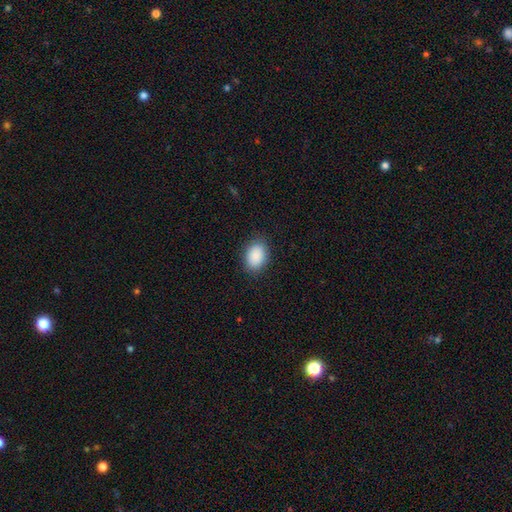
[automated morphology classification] Smooth or featured?
  - smooth: 89% *
  - star or artifact: 7%
  - featured or disk: 3%
How rounded?
  - in between: 79% *
  - round: 19%
  - cigar-shaped: 1%
Merging?
  - none: 86% *
  - minor disturbance: 10%
  - major disturbance: 3%
  - merger: 1%